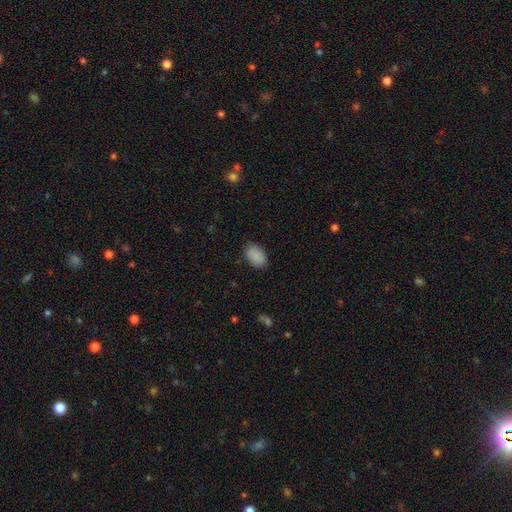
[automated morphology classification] Smooth or featured? smooth (89%)
How rounded? in between (89%)
Merging? none (84%)